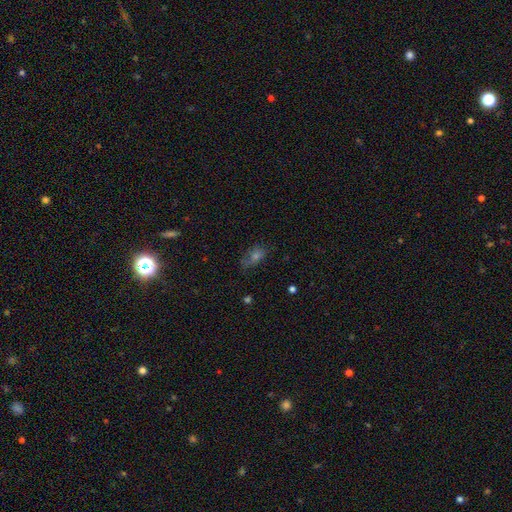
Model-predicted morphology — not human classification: Overall: smooth (49%; star or artifact 30%). Merging: none (63%; minor disturbance 24%).